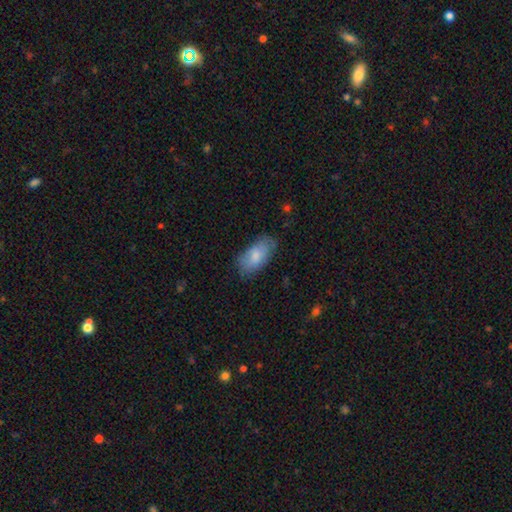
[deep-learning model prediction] Overall: smooth (76%). How rounded: in between (93%). Merging: none (67%).